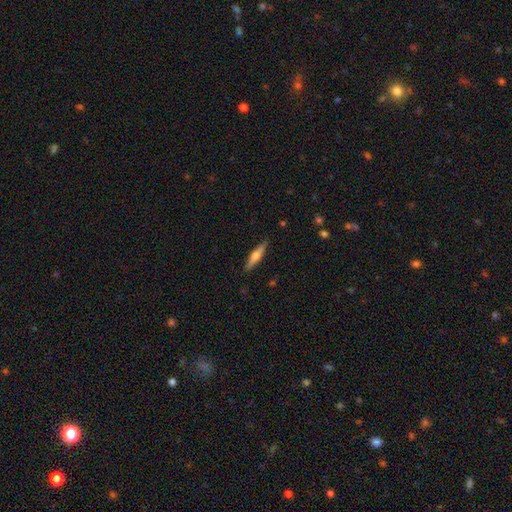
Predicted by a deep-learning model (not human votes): A smooth galaxy with no disk features (48%).

Vote fractions:
- Smooth or featured? smooth: 48% / featured or disk: 46% / star or artifact: 6%
- Merging? none: 89% / minor disturbance: 9% / major disturbance: 2% / merger: 1%